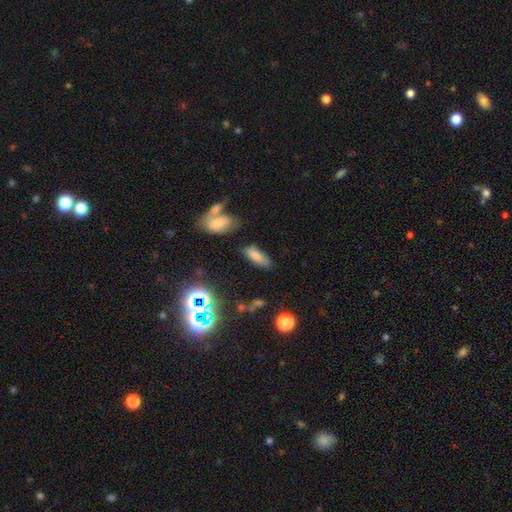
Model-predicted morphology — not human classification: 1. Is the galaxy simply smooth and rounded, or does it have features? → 76% smooth, 13% star or artifact, 10% featured or disk.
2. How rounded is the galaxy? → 75% in between, 22% cigar-shaped, 3% round.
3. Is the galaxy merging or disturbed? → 69% none, 19% minor disturbance, 7% merger, 6% major disturbance.